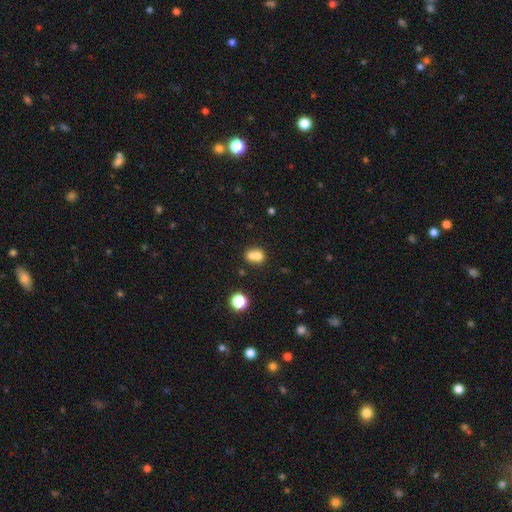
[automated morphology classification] This is likely a smooth galaxy (71%). How rounded: likely round (64%). Merging: possibly merger (60%).